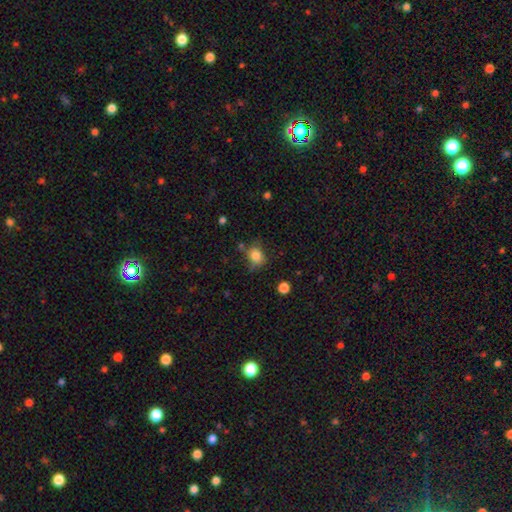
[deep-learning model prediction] Smooth or featured? Predicted: smooth (p=0.81). How rounded? Predicted: round (p=0.60). Merging? Predicted: none (p=0.67).